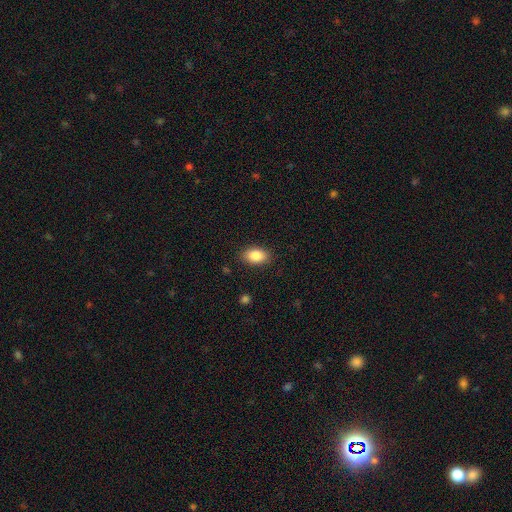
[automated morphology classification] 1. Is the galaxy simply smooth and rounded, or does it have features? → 86% smooth, 8% star or artifact, 6% featured or disk.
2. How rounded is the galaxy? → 89% in between, 9% round, 2% cigar-shaped.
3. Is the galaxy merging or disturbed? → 87% none, 9% minor disturbance, 3% major disturbance, 1% merger.